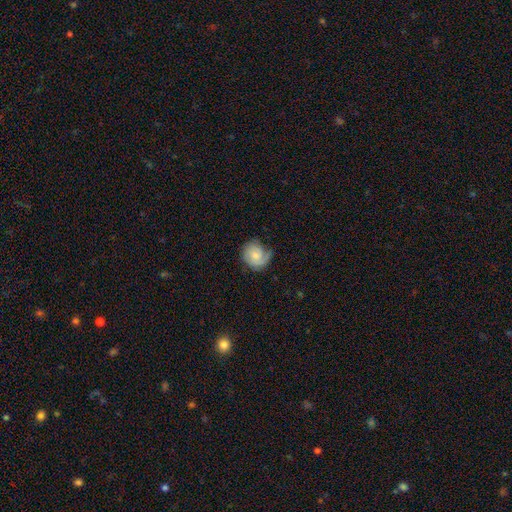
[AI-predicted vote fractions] A smooth galaxy with no disk features (46%, tied with featured or disk). Merging: none (56%).